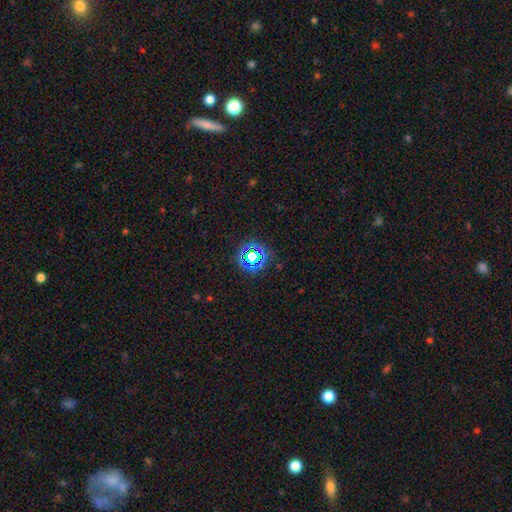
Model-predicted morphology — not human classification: Smooth or featured? star or artifact (66%)